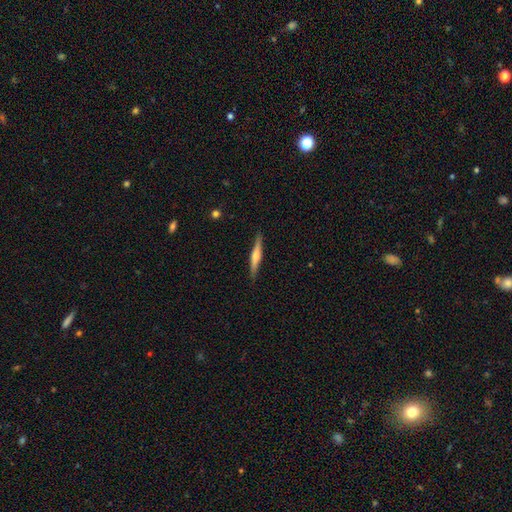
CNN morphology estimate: type=featured or disk (57%); edge-on=yes (97%); edge-on bulge=rounded (79%); merging=none (89%).